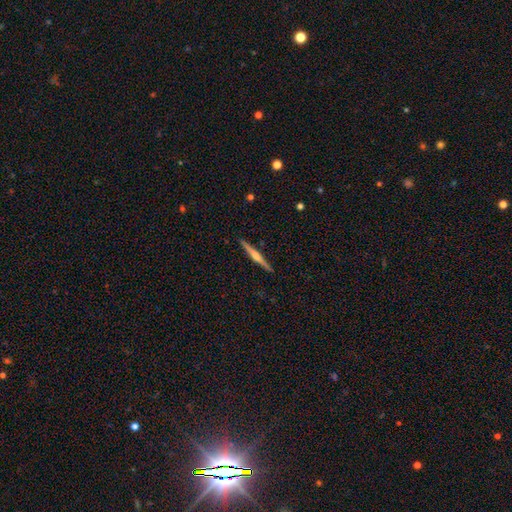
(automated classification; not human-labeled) Smooth or featured? featured or disk (72%)
Edge-on disk? yes (98%)
Edge-on bulge? rounded (80%)
Merging? none (92%)